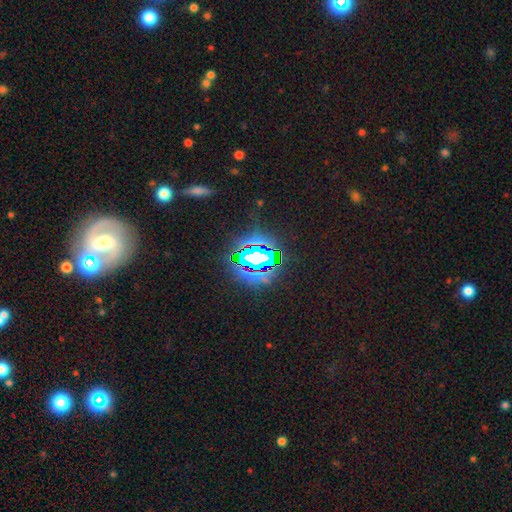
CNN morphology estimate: Overall: star or artifact (78%).